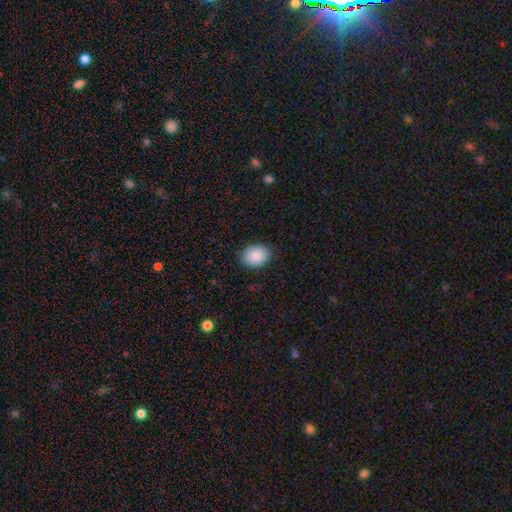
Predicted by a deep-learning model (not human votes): Smooth or featured? smooth (90%)
How rounded? in between (57%)
Merging? none (88%)